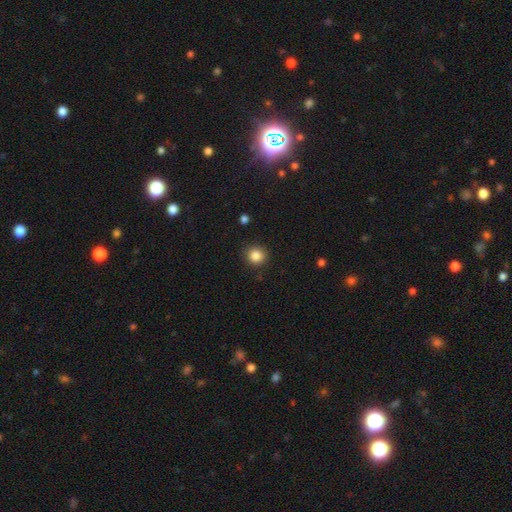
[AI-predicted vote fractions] This is clearly a smooth galaxy (85%). How rounded: clearly round (89%). Merging: clearly none (88%).